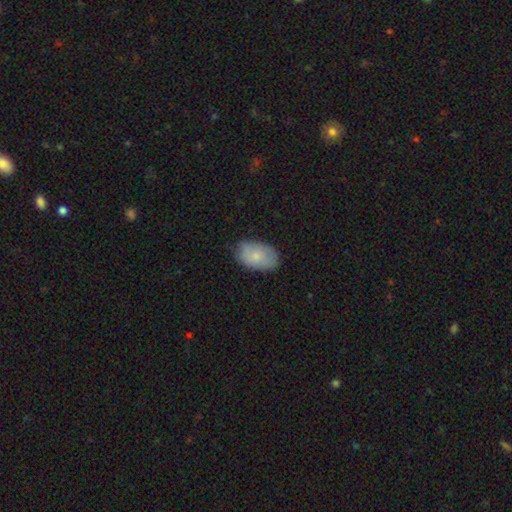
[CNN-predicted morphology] Smooth or featured: smooth — 76% (featured or disk — 18%)
How rounded: in between — 91% (round — 8%)
Merging: none — 72% (minor disturbance — 22%)